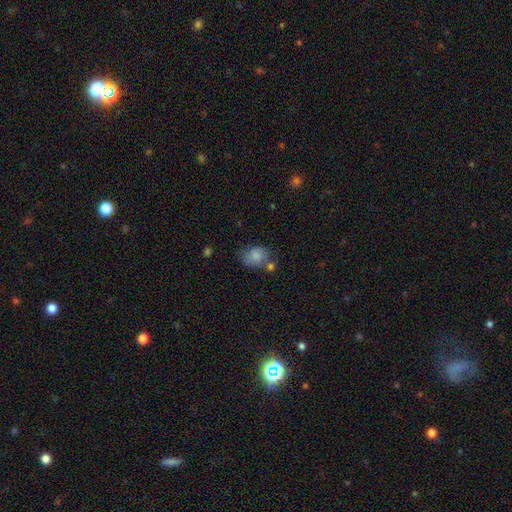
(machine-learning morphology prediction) Smooth or featured? smooth (81%)
How rounded? in between (56%)
Merging? none (50%)